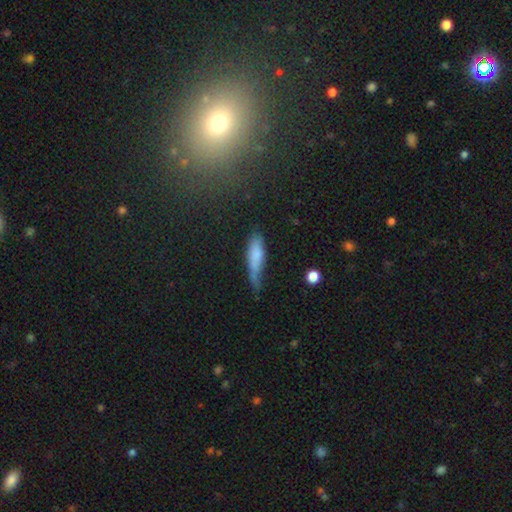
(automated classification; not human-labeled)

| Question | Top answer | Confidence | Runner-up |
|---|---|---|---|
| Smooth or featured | smooth | 73% | featured or disk (19%) |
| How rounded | cigar-shaped | 62% | in between (36%) |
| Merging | minor disturbance | 45% | none (33%) |